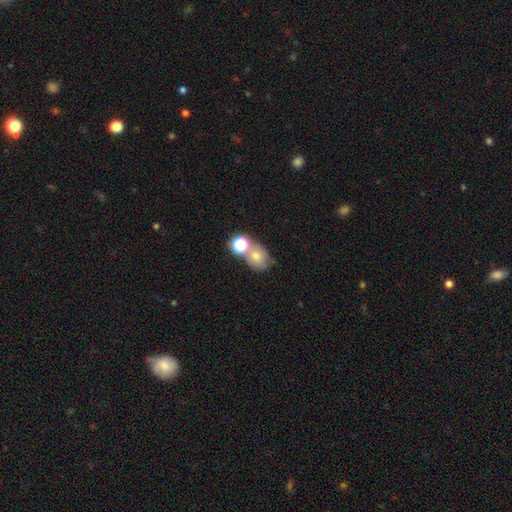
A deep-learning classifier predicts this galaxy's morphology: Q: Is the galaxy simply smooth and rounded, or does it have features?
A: smooth — 70%.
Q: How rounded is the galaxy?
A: round — 51%.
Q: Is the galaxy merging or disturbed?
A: none — 42%.